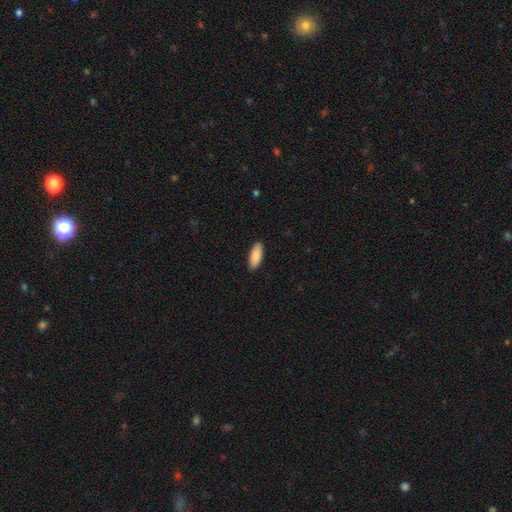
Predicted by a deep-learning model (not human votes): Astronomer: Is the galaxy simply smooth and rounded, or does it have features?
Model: smooth — 88%.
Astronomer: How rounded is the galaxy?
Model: in between — 82%.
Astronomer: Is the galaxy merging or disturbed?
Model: none — 90%.